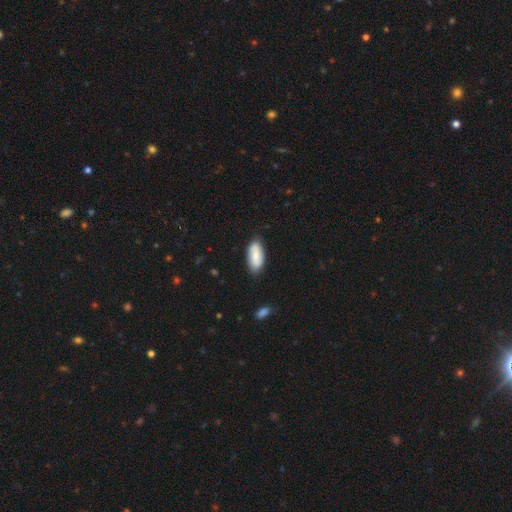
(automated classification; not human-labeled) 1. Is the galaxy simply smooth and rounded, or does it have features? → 59% smooth, 35% featured or disk, 6% star or artifact.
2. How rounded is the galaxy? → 89% in between, 8% cigar-shaped, 3% round.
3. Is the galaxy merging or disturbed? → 80% none, 15% minor disturbance, 3% major disturbance, 2% merger.